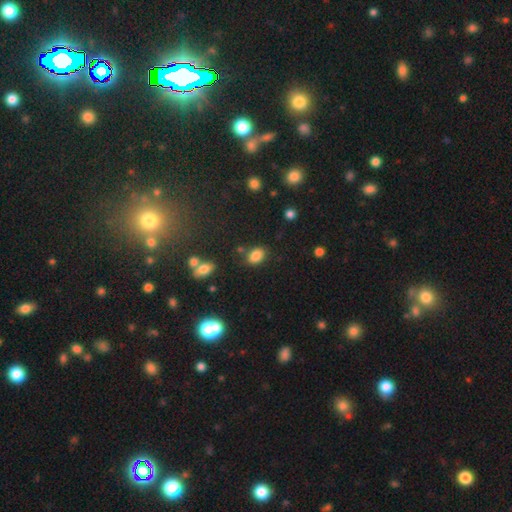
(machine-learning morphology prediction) This appears to be a smooth galaxy with no disk features (83%) that is in between round and cigar-shaped (79%). Merging: none (74%).